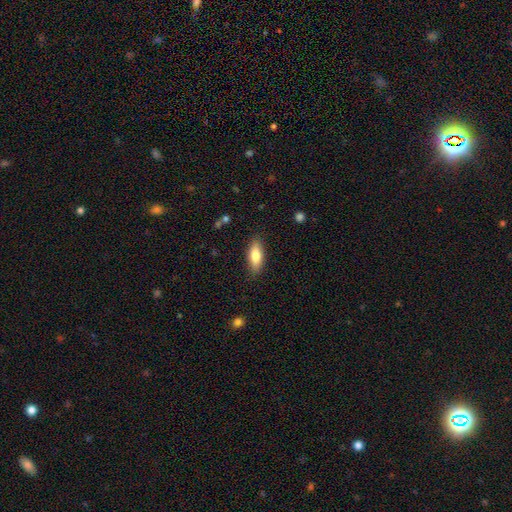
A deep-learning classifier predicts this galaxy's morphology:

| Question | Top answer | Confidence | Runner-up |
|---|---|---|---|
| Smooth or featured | smooth | 78% | featured or disk (16%) |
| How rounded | in between | 69% | cigar-shaped (29%) |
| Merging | none | 86% | minor disturbance (11%) |